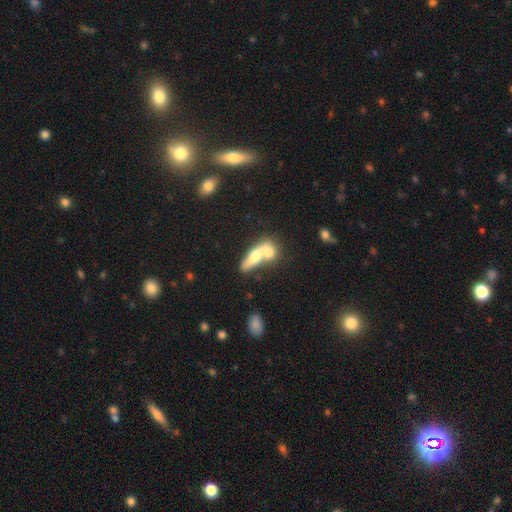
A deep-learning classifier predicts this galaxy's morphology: smooth-or-featured: smooth: 62% | featured or disk: 31% | star or artifact: 7%
  how-rounded: in between: 58% | cigar-shaped: 30% | round: 11%
  merging: merger: 65% | none: 23% | minor disturbance: 7% | major disturbance: 5%